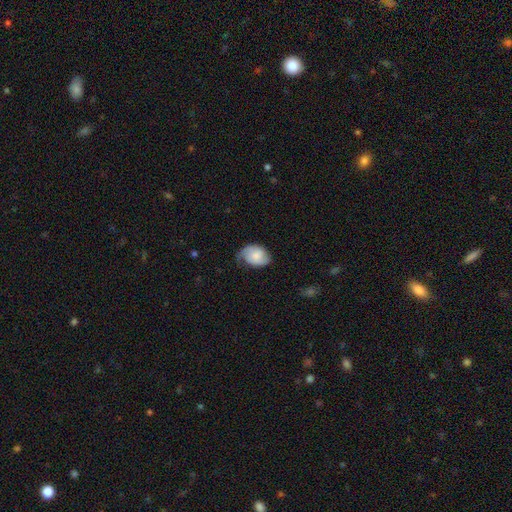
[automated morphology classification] Overall: smooth (53%; featured or disk 40%). How rounded: in between (73%). Merging: none (47%; minor disturbance 38%).